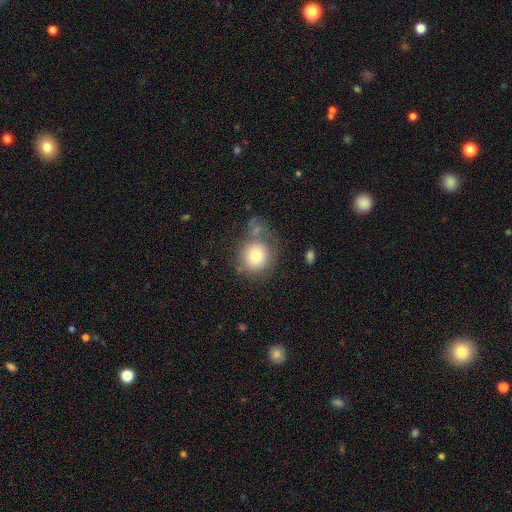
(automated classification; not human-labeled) A smooth galaxy with no disk features (77%) that is round (88%). Merging: none (53%).